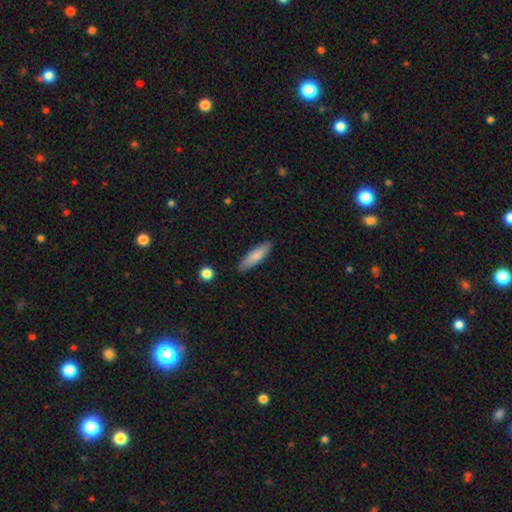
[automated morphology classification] Q: Smooth or featured?
A: smooth (82%); runner-up: featured or disk (12%)
Q: How rounded?
A: cigar-shaped (65%); runner-up: in between (34%)
Q: Merging?
A: none (87%); runner-up: minor disturbance (10%)